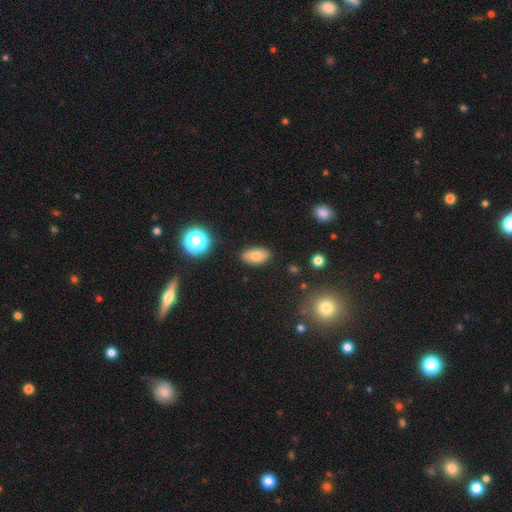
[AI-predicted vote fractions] Smooth or featured: smooth — 76% (featured or disk — 13%)
How rounded: in between — 91% (round — 5%)
Merging: none — 87% (minor disturbance — 9%)